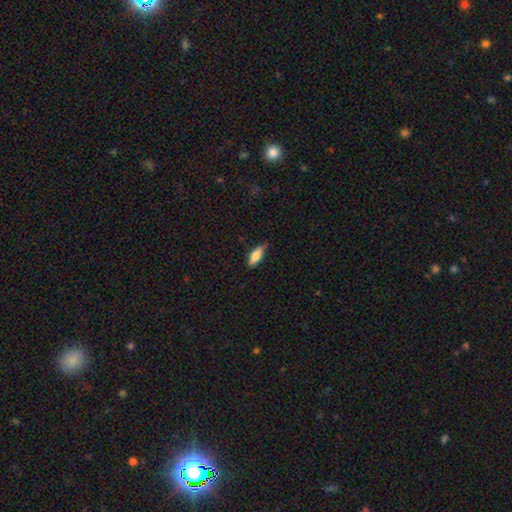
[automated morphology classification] Smooth or featured? Predicted: smooth (p=0.69). How rounded? Predicted: in between (p=0.65). Merging? Predicted: none (p=0.71).